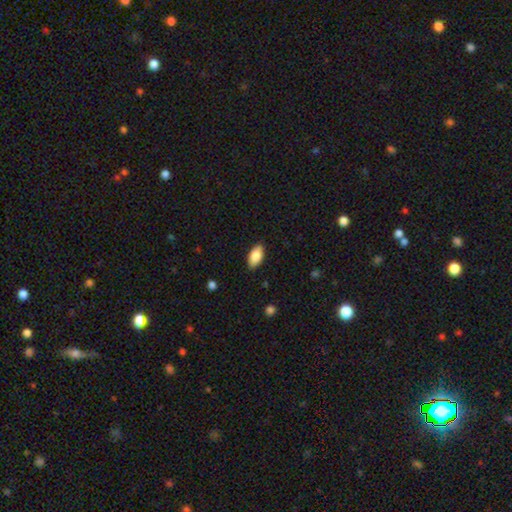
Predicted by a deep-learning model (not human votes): This is clearly a smooth galaxy (86%). How rounded: clearly in between (93%). Merging: clearly none (87%).